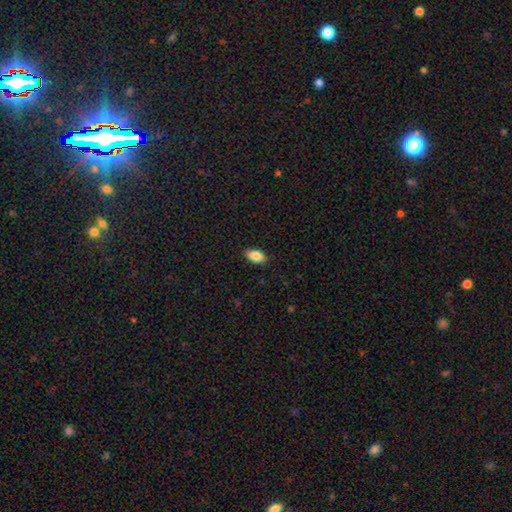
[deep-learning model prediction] smooth 84%, featured or disk 9%, star or artifact 7%. Down the decision tree: how rounded — in between (91%); merging — none (88%).